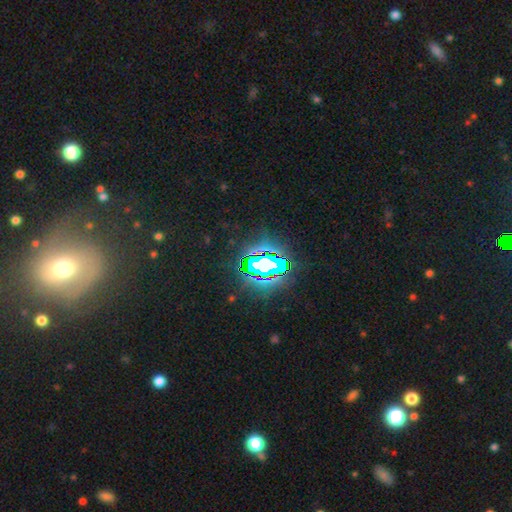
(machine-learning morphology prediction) Q: Smooth or featured?
A: star or artifact (78%); runner-up: smooth (12%)